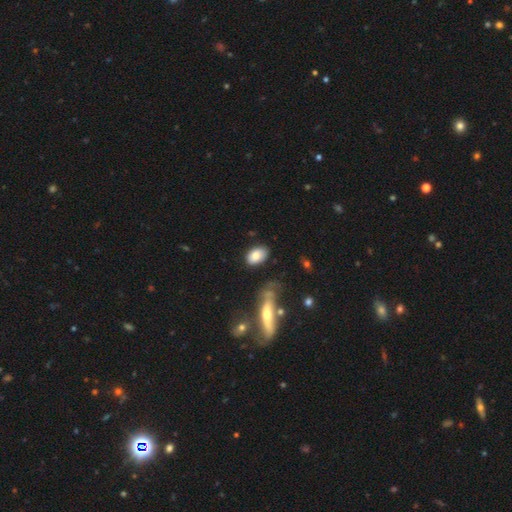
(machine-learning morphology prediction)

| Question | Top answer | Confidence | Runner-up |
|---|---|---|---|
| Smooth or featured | smooth | 80% | featured or disk (13%) |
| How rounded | in between | 89% | round (9%) |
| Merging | none | 75% | minor disturbance (15%) |